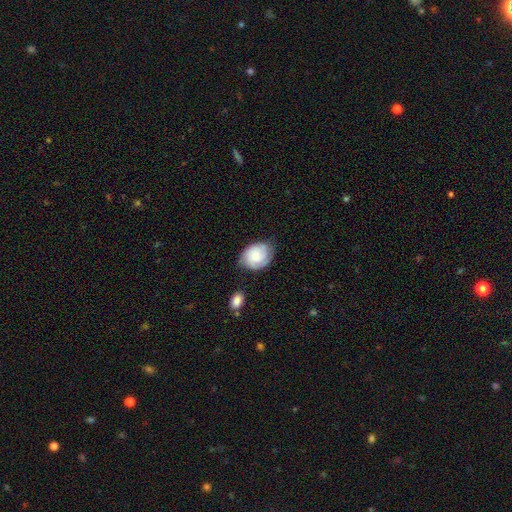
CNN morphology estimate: A featured or disk galaxy (52%) with no bar (74%), spiral arms (89%) and a small central bulge (44%).

Vote fractions:
- Smooth or featured? featured or disk: 52% / smooth: 41% / star or artifact: 7%
- Edge-on disk? no: 97% / yes: 3%
- Bar? no: 74% / weak: 23% / strong: 3%
- Spiral arms? yes: 89% / no: 11%
- Bulge size? small: 44% / moderate: 36% / none: 9% / large: 9% / dominant: 2%
- Merging? none: 67% / minor disturbance: 24% / major disturbance: 7% / merger: 3%